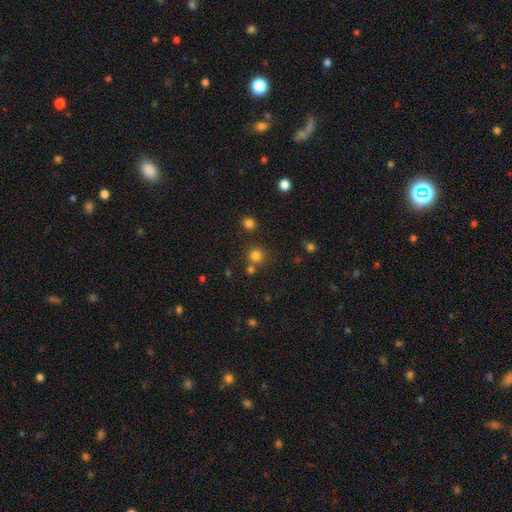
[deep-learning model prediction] Overall: smooth (78%). How rounded: round (92%). Merging: none (72%).